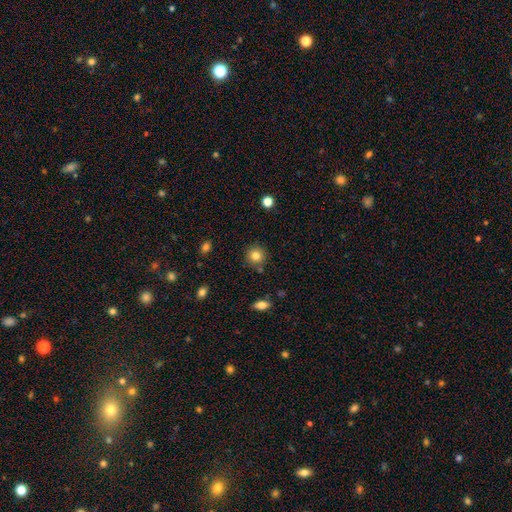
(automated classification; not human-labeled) smooth_or_featured: smooth (p=0.82) [alt: star or artifact p=0.11]
how_rounded: round (p=0.91) [alt: in between p=0.08]
merging: none (p=0.83) [alt: minor disturbance p=0.09]